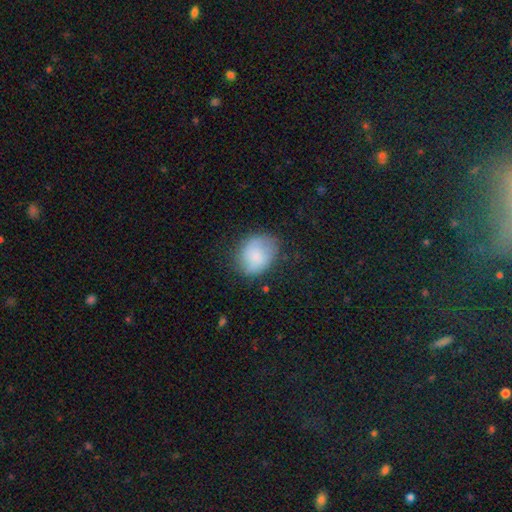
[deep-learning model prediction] Q: Smooth or featured?
A: smooth (74%); runner-up: featured or disk (18%)
Q: How rounded?
A: round (52%); runner-up: in between (47%)
Q: Merging?
A: none (63%); runner-up: minor disturbance (26%)